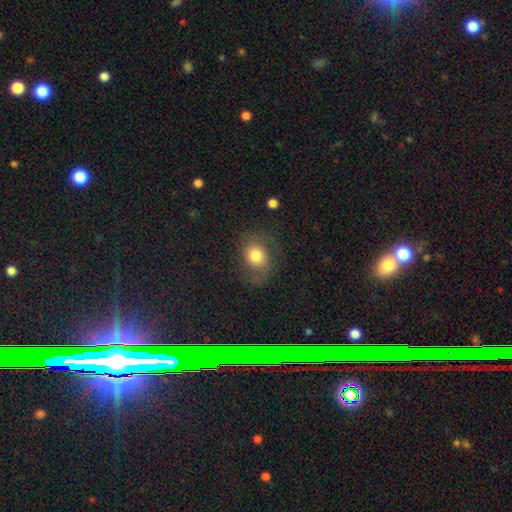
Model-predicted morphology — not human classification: smooth 70%, featured or disk 20%, star or artifact 10%. Down the decision tree: how rounded — round (56%); merging — none (64%).